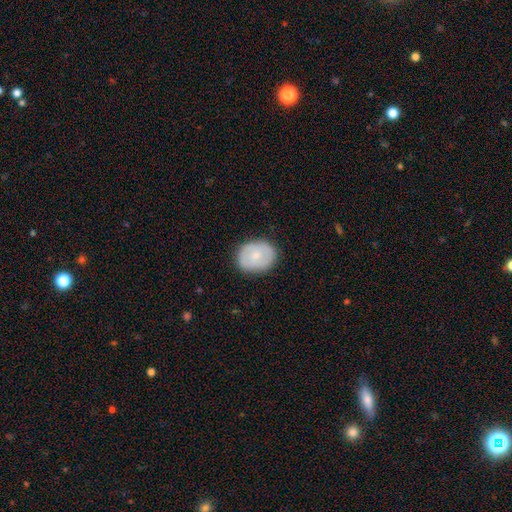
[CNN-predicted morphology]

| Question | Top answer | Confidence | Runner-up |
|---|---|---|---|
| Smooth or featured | smooth | 65% | featured or disk (28%) |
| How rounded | in between | 50% | round (49%) |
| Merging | none | 84% | minor disturbance (12%) |